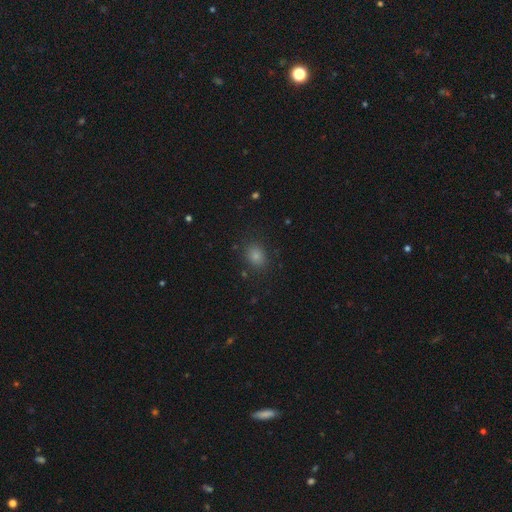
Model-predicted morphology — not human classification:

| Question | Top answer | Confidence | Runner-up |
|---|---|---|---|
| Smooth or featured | smooth | 75% | star or artifact (19%) |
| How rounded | round | 58% | in between (41%) |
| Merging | none | 86% | minor disturbance (9%) |